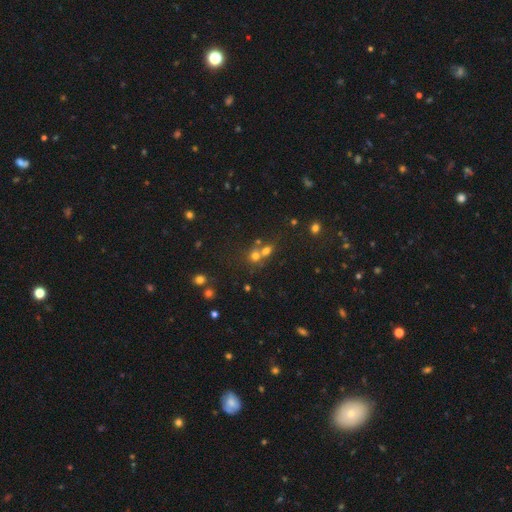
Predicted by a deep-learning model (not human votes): This is likely a smooth galaxy (63%). How rounded: likely round (79%). Merging: possibly merger (50%).